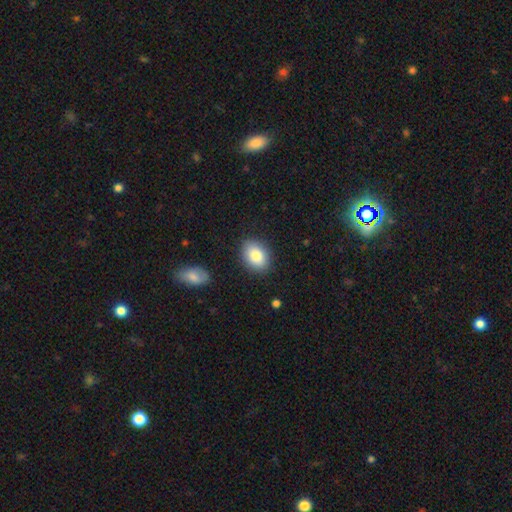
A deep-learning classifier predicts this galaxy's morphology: Smooth or featured? Predicted: smooth (p=0.84). How rounded? Predicted: in between (p=0.75). Merging? Predicted: none (p=0.86).